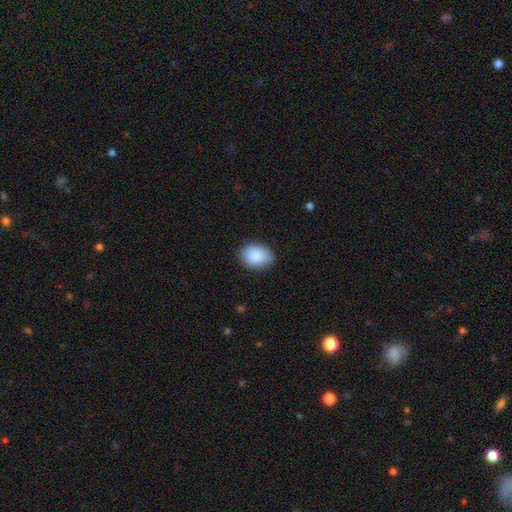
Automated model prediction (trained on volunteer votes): smooth-or-featured: smooth: 89% | star or artifact: 7% | featured or disk: 4%
  how-rounded: in between: 73% | round: 26% | cigar-shaped: 1%
  merging: none: 83% | minor disturbance: 13% | major disturbance: 3% | merger: 1%